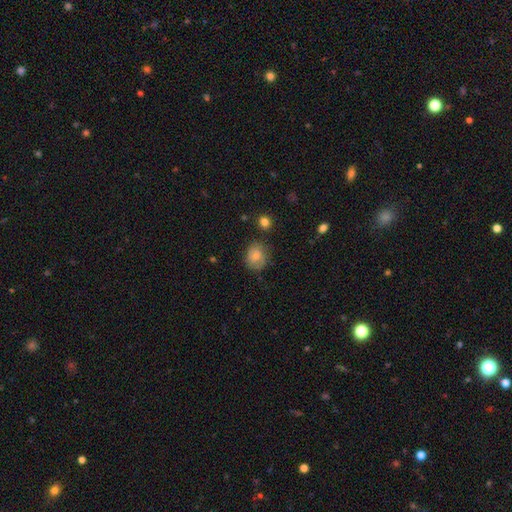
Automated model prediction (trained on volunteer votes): smooth_or_featured: smooth (p=0.63) [alt: featured or disk p=0.28]
how_rounded: round (p=0.70) [alt: in between p=0.29]
merging: none (p=0.70) [alt: minor disturbance p=0.21]